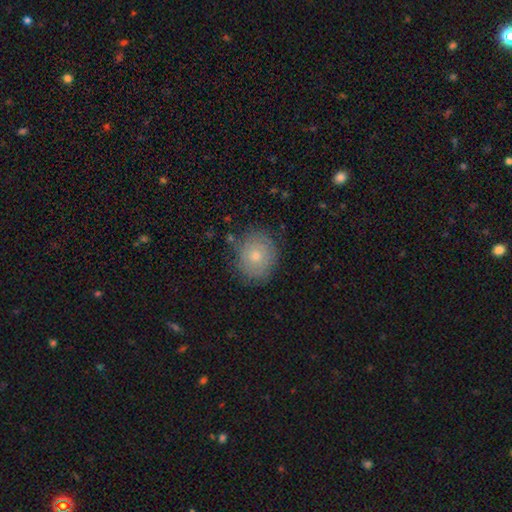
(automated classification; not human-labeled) A smooth galaxy with no disk features (56%) that is round (71%). Merging: none (79%).